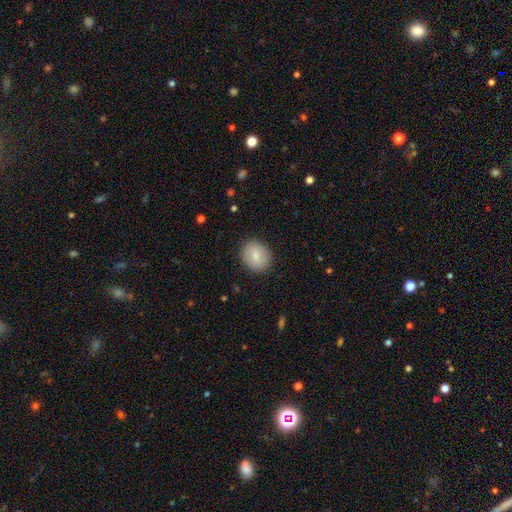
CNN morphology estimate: Smooth or featured? Predicted: smooth (p=0.82). How rounded? Predicted: round (p=0.57). Merging? Predicted: none (p=0.87).